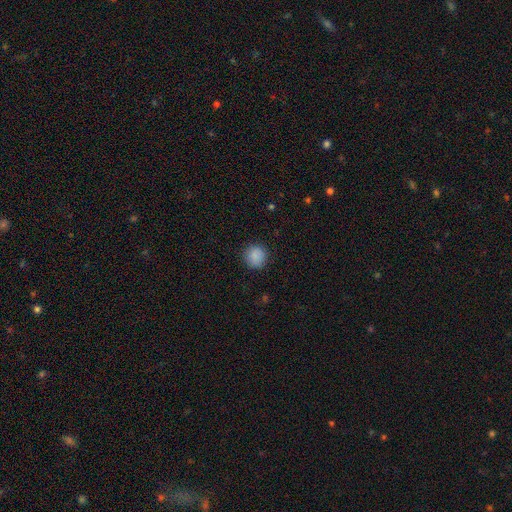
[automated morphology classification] smooth-or-featured: smooth: 88% | star or artifact: 9% | featured or disk: 3%
  how-rounded: round: 92% | in between: 7% | cigar-shaped: 1%
  merging: none: 89% | minor disturbance: 7% | major disturbance: 2% | merger: 1%